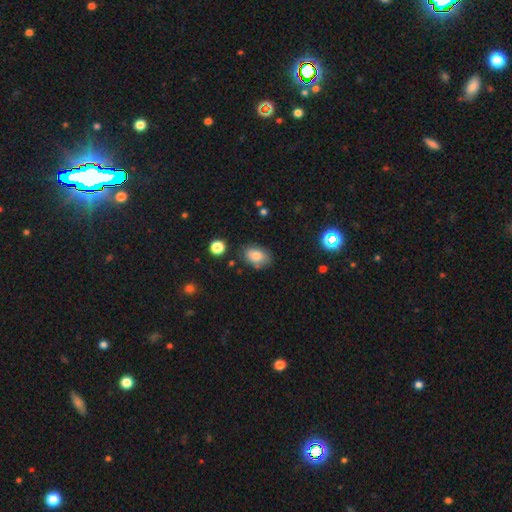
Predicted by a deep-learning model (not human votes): Overall: smooth (82%). How rounded: in between (85%). Merging: none (77%).